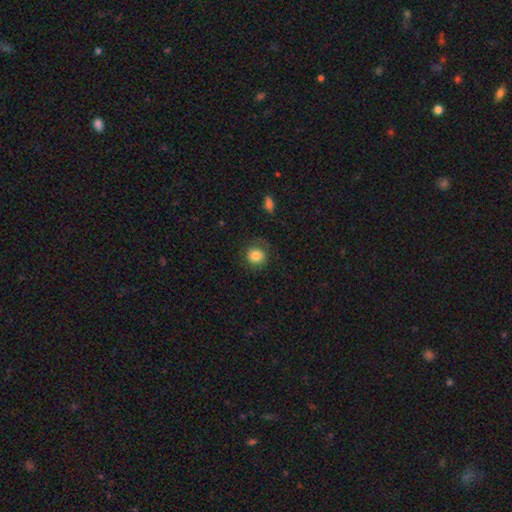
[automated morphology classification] smooth-or-featured: smooth: 81% | star or artifact: 10% | featured or disk: 9%
  how-rounded: round: 88% | in between: 11% | cigar-shaped: 1%
  merging: none: 76% | minor disturbance: 15% | major disturbance: 8% | merger: 1%